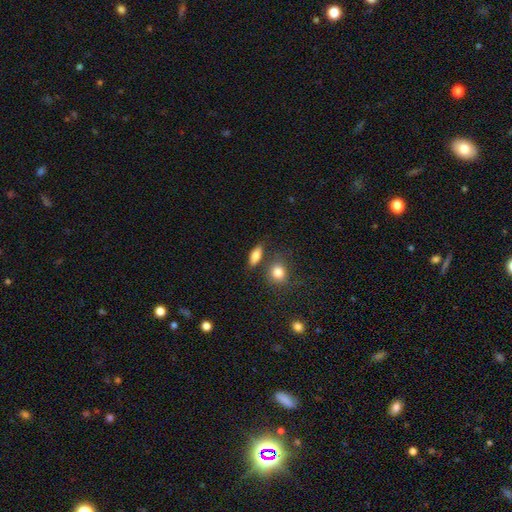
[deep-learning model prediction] Smooth or featured?
  - smooth: 80% *
  - featured or disk: 11%
  - star or artifact: 8%
How rounded?
  - in between: 71% *
  - cigar-shaped: 18%
  - round: 11%
Merging?
  - none: 73% *
  - minor disturbance: 13%
  - merger: 10%
  - major disturbance: 4%